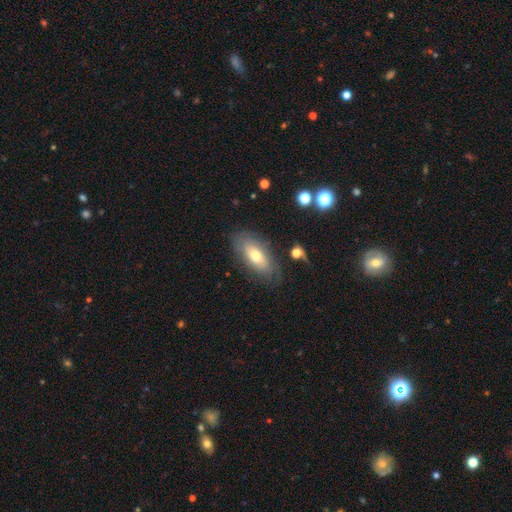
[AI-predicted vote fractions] Morphology: type=smooth (55%); roundness=in between (88%); merging=none (76%).